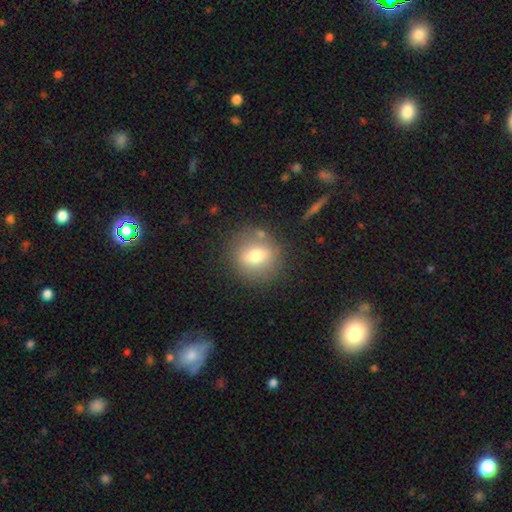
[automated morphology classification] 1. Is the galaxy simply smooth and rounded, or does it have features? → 69% smooth, 22% featured or disk, 9% star or artifact.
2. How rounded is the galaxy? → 79% round, 20% in between, 2% cigar-shaped.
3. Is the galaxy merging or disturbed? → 81% none, 11% minor disturbance, 4% merger, 4% major disturbance.